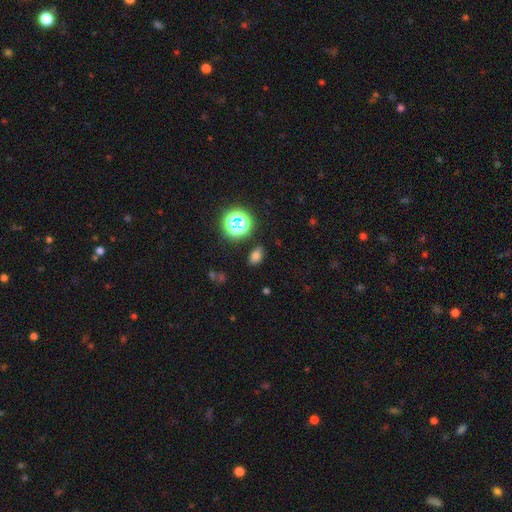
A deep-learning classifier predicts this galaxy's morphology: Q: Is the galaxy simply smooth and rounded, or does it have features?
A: smooth — 71%.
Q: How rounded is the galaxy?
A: in between — 81%.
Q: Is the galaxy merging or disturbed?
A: none — 82%.